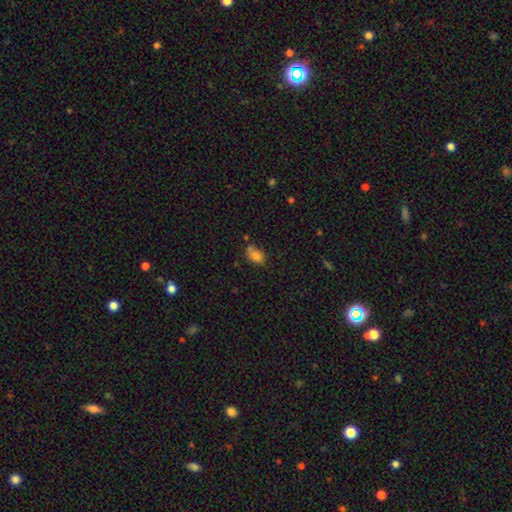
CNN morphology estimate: Smooth or featured? Predicted: smooth (p=0.80). How rounded? Predicted: in between (p=0.83). Merging? Predicted: none (p=0.48).